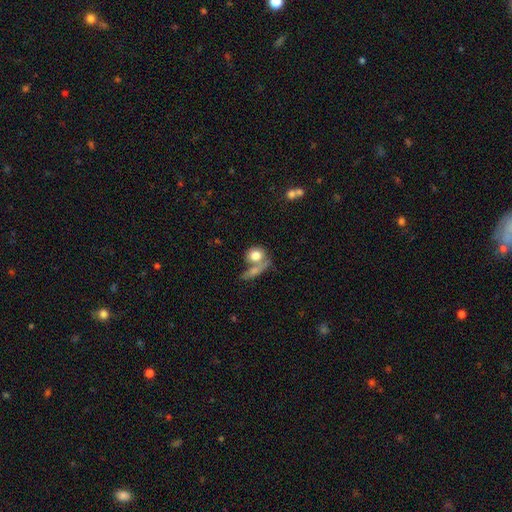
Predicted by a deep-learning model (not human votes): Smooth or featured?
  - smooth: 75% *
  - featured or disk: 17%
  - star or artifact: 8%
How rounded?
  - round: 62% *
  - in between: 34%
  - cigar-shaped: 4%
Merging?
  - merger: 47% *
  - none: 34%
  - minor disturbance: 10%
  - major disturbance: 9%